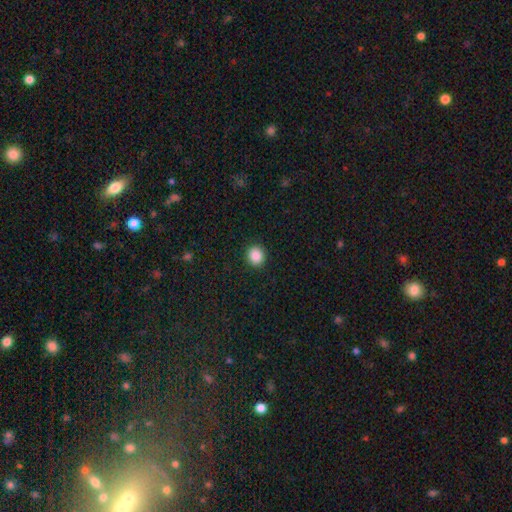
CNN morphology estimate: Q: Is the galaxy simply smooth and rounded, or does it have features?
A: smooth — 88%.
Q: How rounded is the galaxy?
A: round — 83%.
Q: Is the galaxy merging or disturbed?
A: none — 91%.